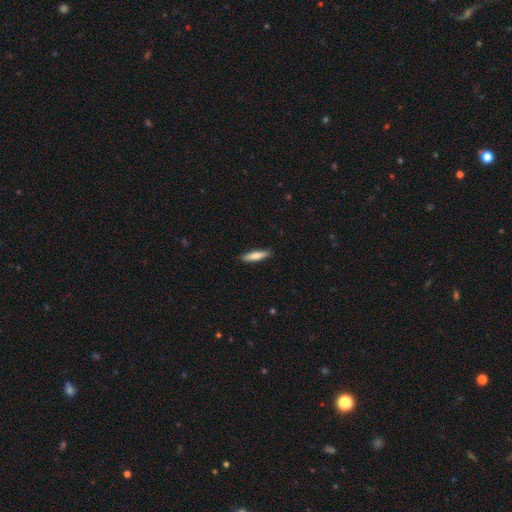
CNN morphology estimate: type=smooth (79%); roundness=cigar-shaped (79%); merging=none (89%).